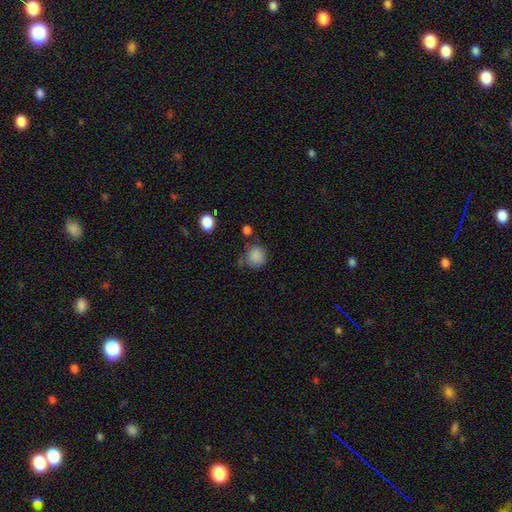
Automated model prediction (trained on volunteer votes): Overall: smooth (86%). How rounded: round (81%). Merging: none (64%).